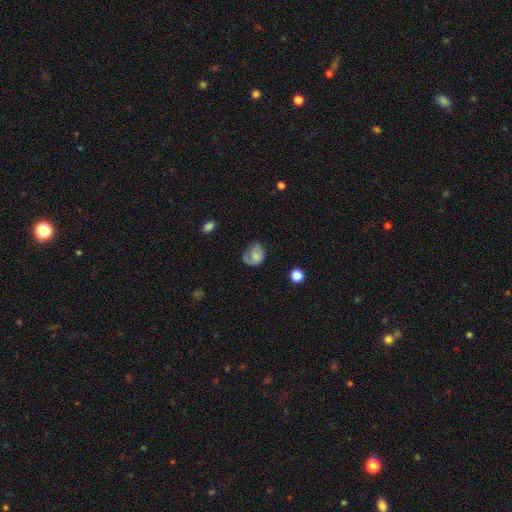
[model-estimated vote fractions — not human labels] smooth-or-featured: smooth: 62% | featured or disk: 30% | star or artifact: 9%
  how-rounded: round: 55% | in between: 44% | cigar-shaped: 1%
  merging: none: 45% | minor disturbance: 29% | major disturbance: 23% | merger: 2%